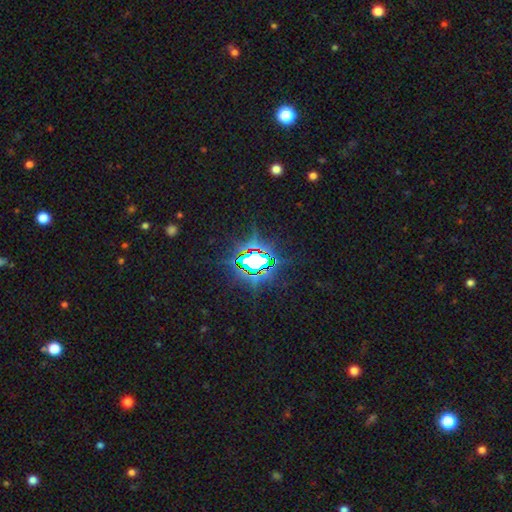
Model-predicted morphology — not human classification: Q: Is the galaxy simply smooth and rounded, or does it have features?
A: star or artifact — 83%.